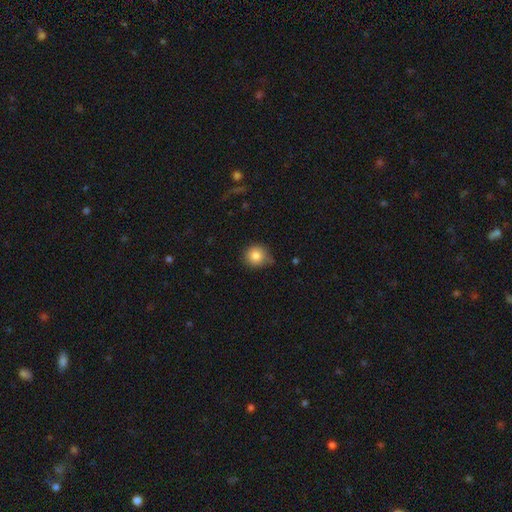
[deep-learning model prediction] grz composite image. It shows a smooth galaxy with no disk features (83%) that is round (92%). Merging: none (66%).